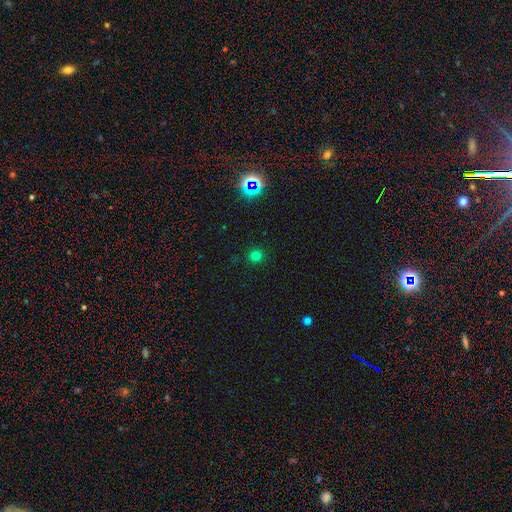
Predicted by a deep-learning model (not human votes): Smooth or featured? smooth (74%)
How rounded? round (94%)
Merging? none (91%)